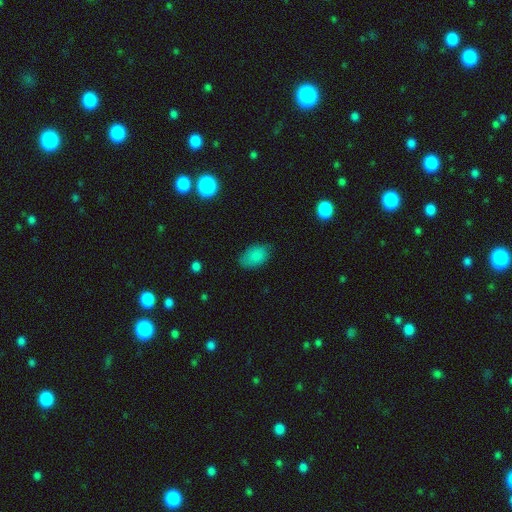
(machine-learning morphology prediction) Smooth or featured? smooth (85%)
How rounded? in between (90%)
Merging? none (75%)